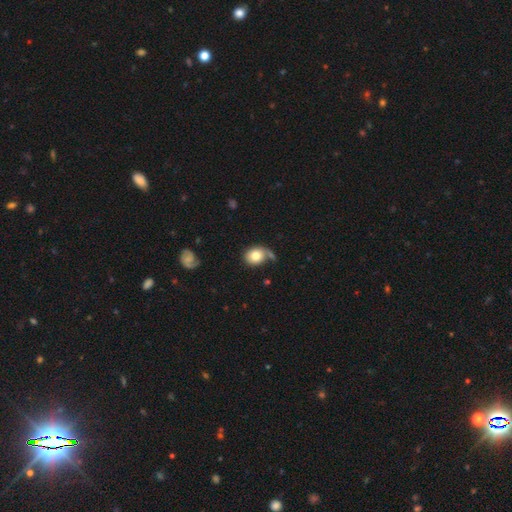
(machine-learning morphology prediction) type=smooth (77%); roundness=round (58%); merging=none (53%).